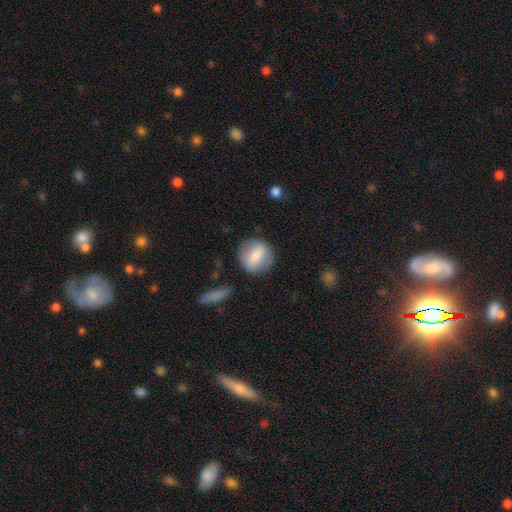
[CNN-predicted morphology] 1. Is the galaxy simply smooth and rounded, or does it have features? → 71% smooth, 22% featured or disk, 7% star or artifact.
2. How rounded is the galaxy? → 80% round, 17% in between, 2% cigar-shaped.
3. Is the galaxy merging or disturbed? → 84% none, 11% minor disturbance, 4% major disturbance, 2% merger.